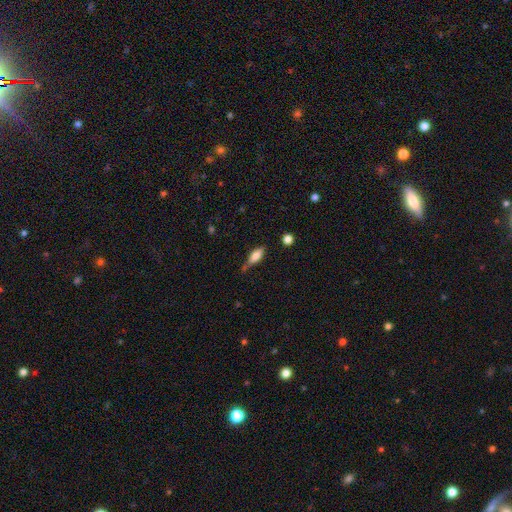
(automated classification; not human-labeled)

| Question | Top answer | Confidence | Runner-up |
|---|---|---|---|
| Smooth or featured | smooth | 69% | featured or disk (23%) |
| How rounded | in between | 67% | cigar-shaped (30%) |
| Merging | none | 60% | minor disturbance (27%) |